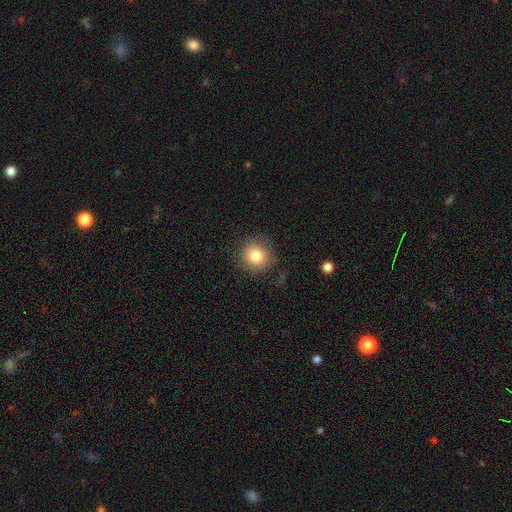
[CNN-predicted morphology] smooth-or-featured: smooth: 81% | star or artifact: 10% | featured or disk: 8%
  how-rounded: round: 91% | in between: 8% | cigar-shaped: 1%
  merging: none: 83% | minor disturbance: 12% | major disturbance: 4% | merger: 1%